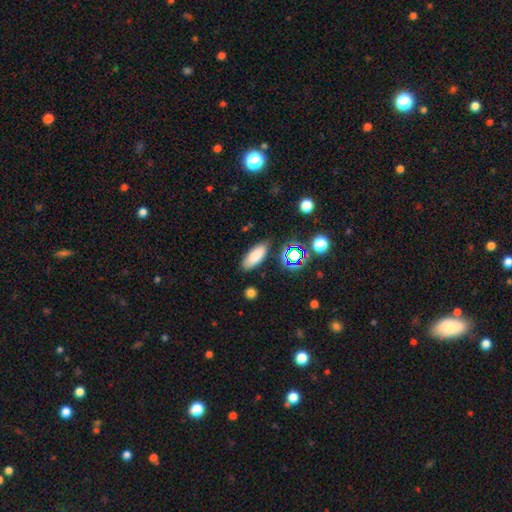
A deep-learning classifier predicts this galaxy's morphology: The model was most divided on "how rounded": in between: 77%, cigar-shaped: 20%, round: 3%. More confident: merging — none (84%); smooth or featured — smooth (82%).